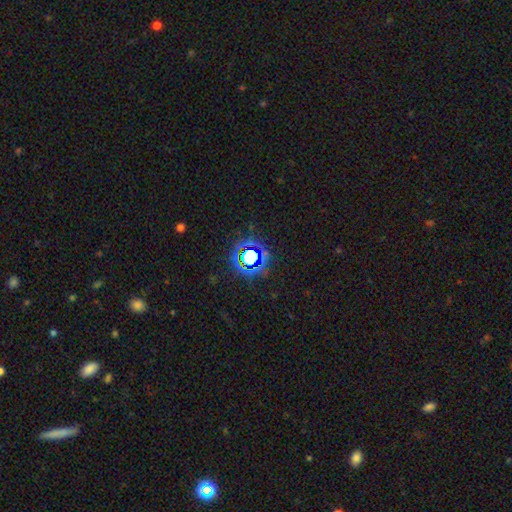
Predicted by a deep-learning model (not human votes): A star or artifact, not a galaxy (73%).